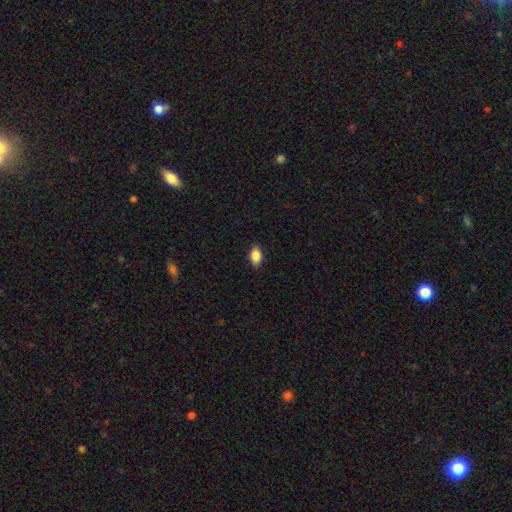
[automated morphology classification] This is clearly a smooth galaxy (86%). How rounded: clearly in between (88%). Merging: clearly none (87%).